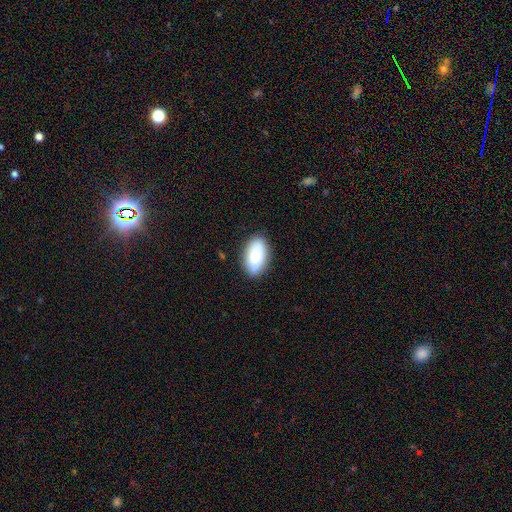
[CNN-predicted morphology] smooth_or_featured: smooth (p=0.79) [alt: featured or disk p=0.15]
how_rounded: in between (p=0.93) [alt: round p=0.05]
merging: none (p=0.87) [alt: minor disturbance p=0.10]